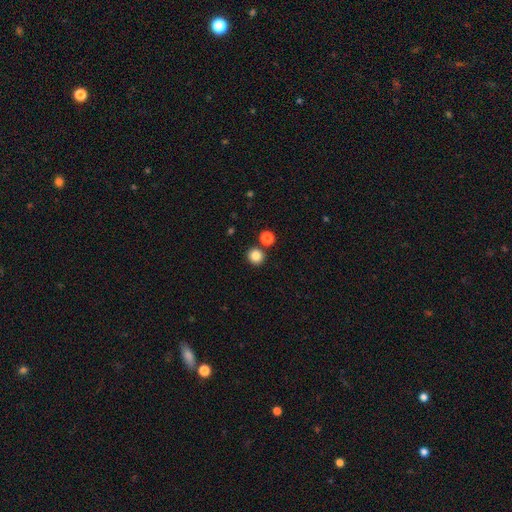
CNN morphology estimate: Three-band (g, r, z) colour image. It shows a smooth galaxy with no disk features (84%) that is round (92%). Merging: none (83%).